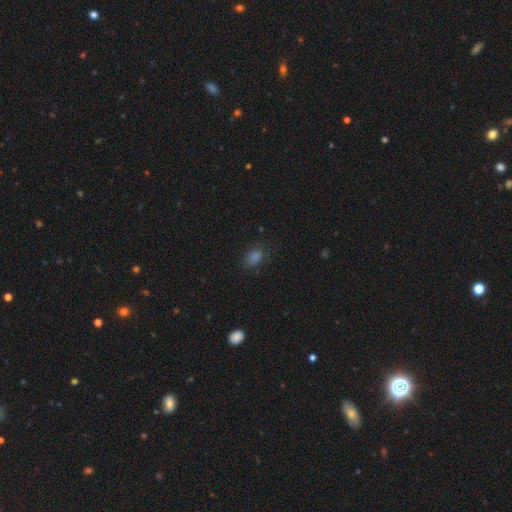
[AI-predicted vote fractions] smooth_or_featured: smooth (p=0.77) [alt: star or artifact p=0.18]
how_rounded: in between (p=0.76) [alt: round p=0.22]
merging: none (p=0.77) [alt: minor disturbance p=0.15]